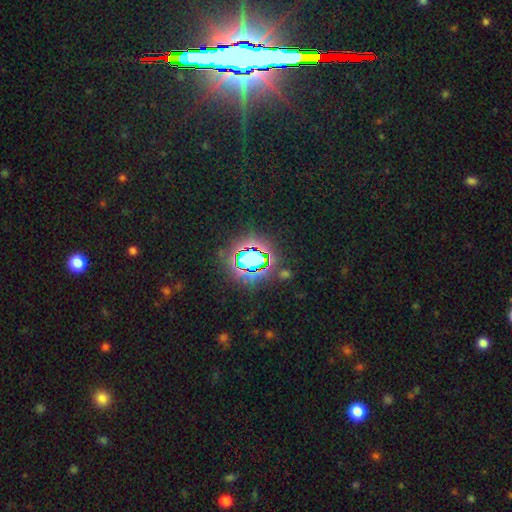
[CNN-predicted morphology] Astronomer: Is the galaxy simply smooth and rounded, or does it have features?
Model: star or artifact — 74%.